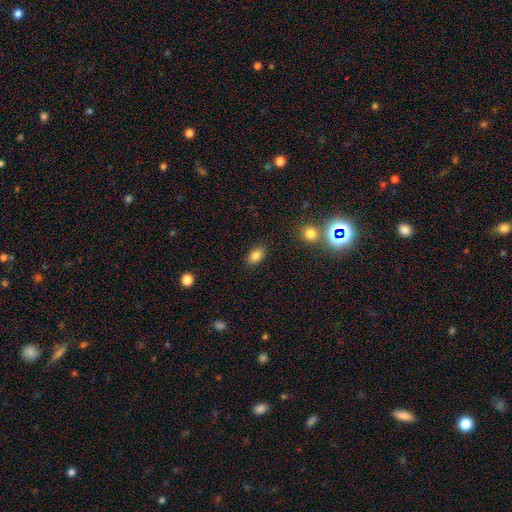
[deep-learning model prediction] Overall: smooth (83%). How rounded: in between (79%). Merging: none (85%).